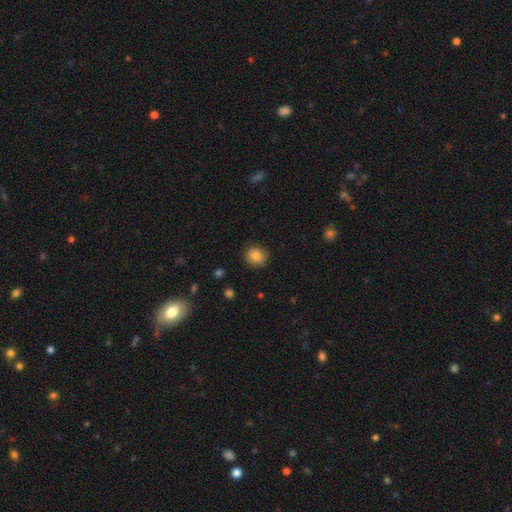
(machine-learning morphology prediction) smooth-or-featured: smooth: 84% | star or artifact: 9% | featured or disk: 6%
  how-rounded: round: 77% | in between: 22% | cigar-shaped: 1%
  merging: none: 87% | minor disturbance: 9% | major disturbance: 2% | merger: 1%